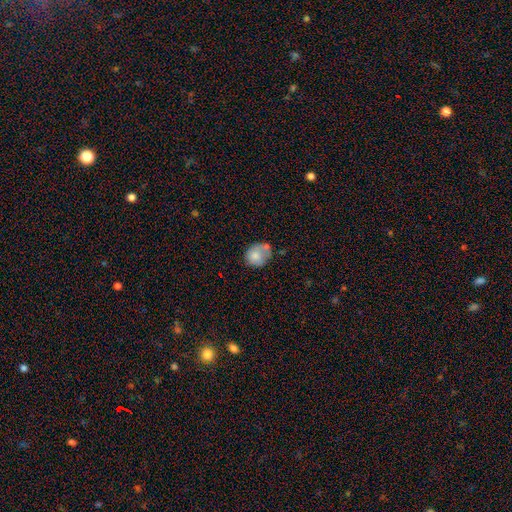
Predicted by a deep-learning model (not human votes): Smooth or featured? smooth (74%)
How rounded? round (59%)
Merging? none (39%)